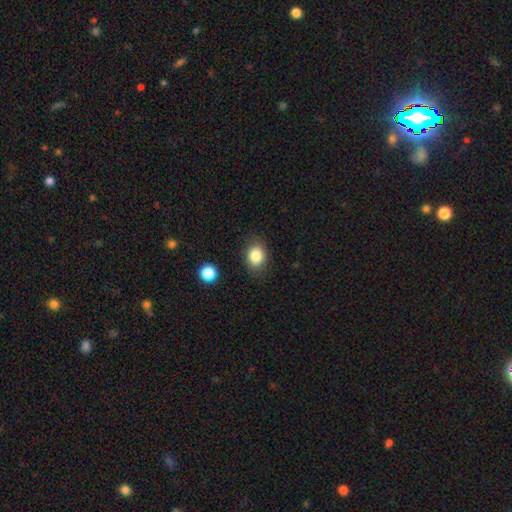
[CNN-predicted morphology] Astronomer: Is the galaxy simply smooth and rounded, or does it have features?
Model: smooth — 83%.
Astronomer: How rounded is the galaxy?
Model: in between — 57% (runner-up: round, 42%).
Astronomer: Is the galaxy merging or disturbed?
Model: none — 82%.